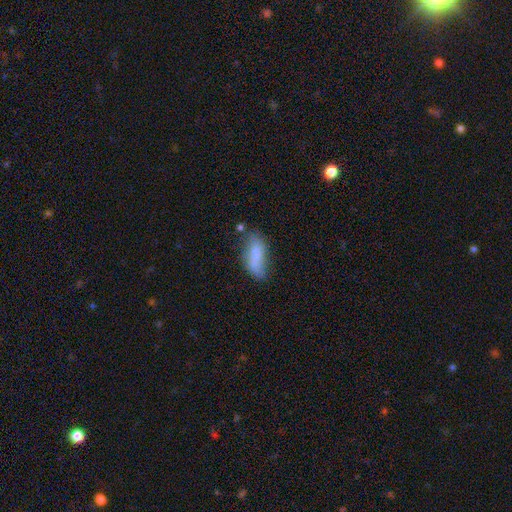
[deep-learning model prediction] Overall: smooth (71%). How rounded: in between (72%). Merging: none (46%; minor disturbance 32%).